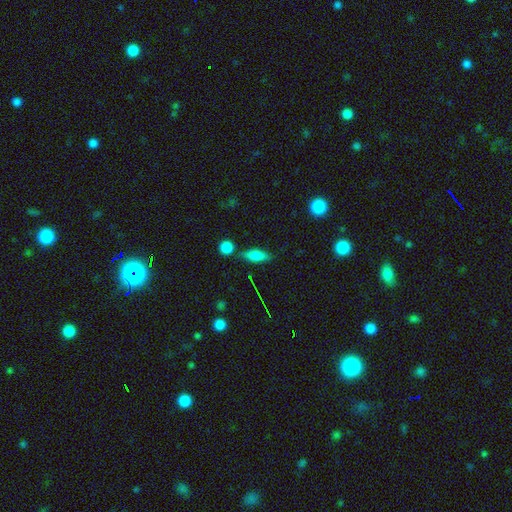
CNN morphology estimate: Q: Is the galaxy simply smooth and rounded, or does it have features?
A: smooth — 69%.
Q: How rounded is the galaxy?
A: in between — 64%.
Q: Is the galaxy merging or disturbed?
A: none — 76%.